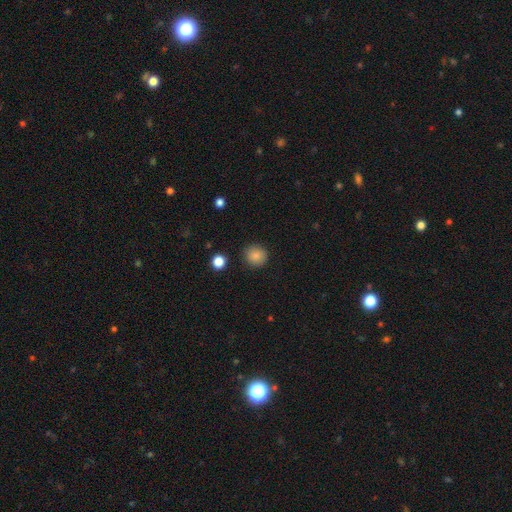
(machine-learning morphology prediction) The model was most divided on "smooth or featured": smooth: 85%, star or artifact: 10%, featured or disk: 5%. More confident: how rounded — round (92%); merging — none (89%).